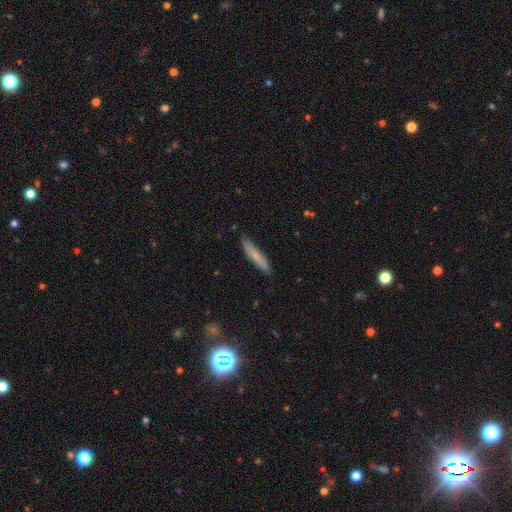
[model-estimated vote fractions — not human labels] The model was most divided on "smooth or featured": smooth: 69%, featured or disk: 24%, star or artifact: 7%. More confident: how rounded — cigar-shaped (90%); merging — none (86%).